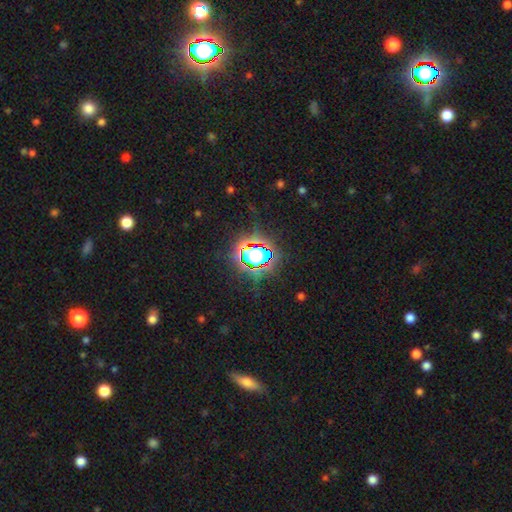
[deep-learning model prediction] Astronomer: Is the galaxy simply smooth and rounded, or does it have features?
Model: star or artifact — 70%.